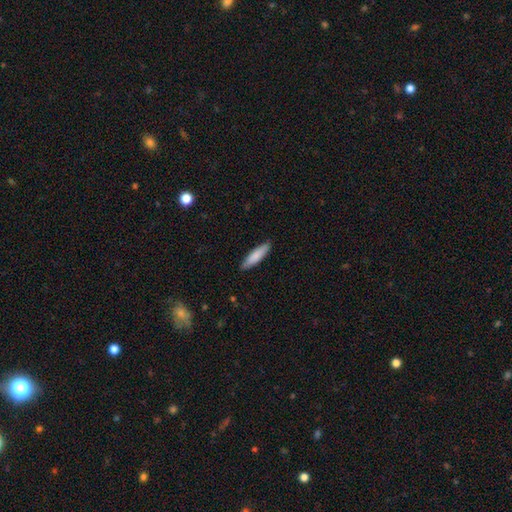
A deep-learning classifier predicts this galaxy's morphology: This appears to be a smooth galaxy with no disk features (82%) that is cigar-shaped (74%). Merging: none (88%).